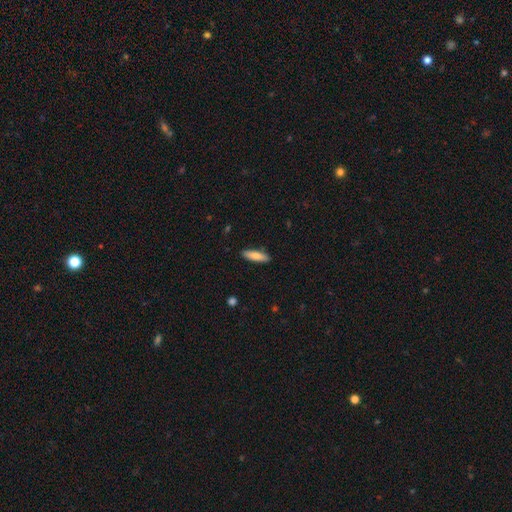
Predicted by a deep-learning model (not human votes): Q: Smooth or featured?
A: smooth (82%); runner-up: featured or disk (13%)
Q: How rounded?
A: cigar-shaped (63%); runner-up: in between (35%)
Q: Merging?
A: none (89%); runner-up: minor disturbance (8%)